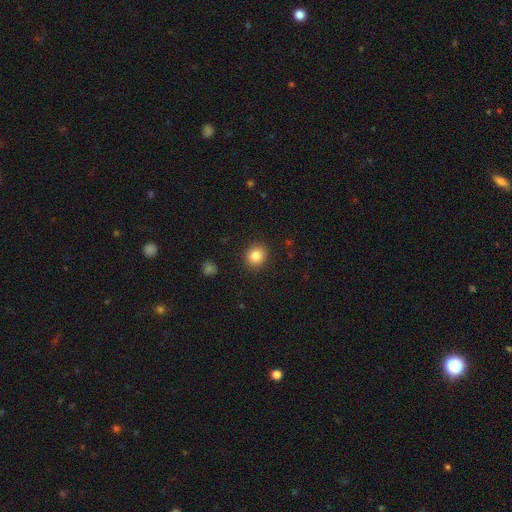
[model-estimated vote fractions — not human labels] This is clearly a smooth galaxy (84%). How rounded: likely round (80%). Merging: clearly none (90%).